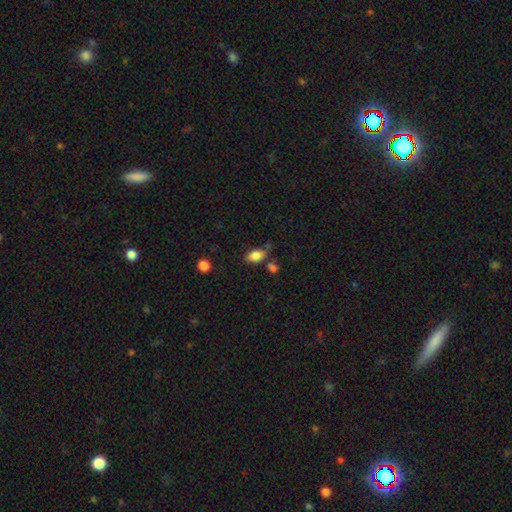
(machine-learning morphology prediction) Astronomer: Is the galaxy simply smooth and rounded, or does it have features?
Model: smooth — 84%.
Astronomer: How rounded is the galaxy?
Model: in between — 90%.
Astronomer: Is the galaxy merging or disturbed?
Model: none — 61%.